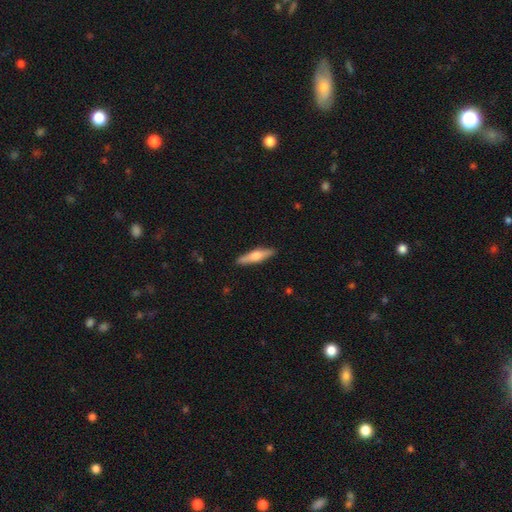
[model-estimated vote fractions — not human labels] The model was most divided on "smooth or featured": smooth: 52%, featured or disk: 42%, star or artifact: 6%. More confident: merging — none (90%); how rounded — cigar-shaped (79%).